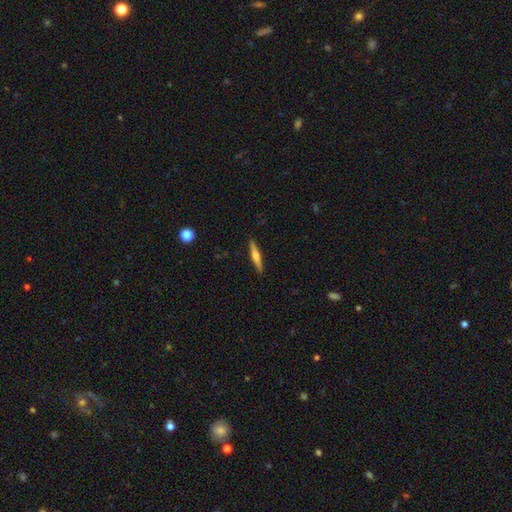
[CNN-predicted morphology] A featured or disk galaxy (50%).

Vote fractions:
- Smooth or featured? featured or disk: 50% / smooth: 44% / star or artifact: 6%
- Merging? none: 91% / minor disturbance: 7% / major disturbance: 1% / merger: 1%